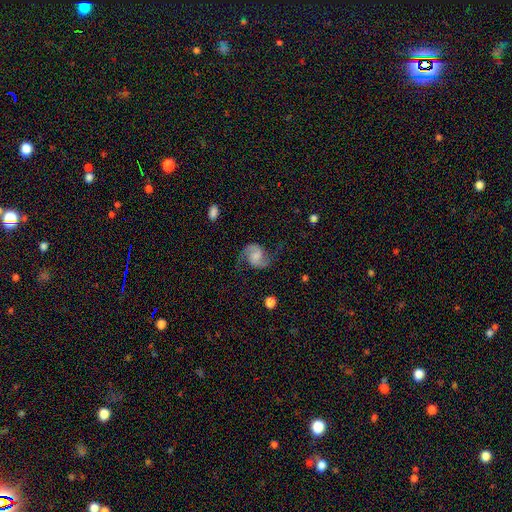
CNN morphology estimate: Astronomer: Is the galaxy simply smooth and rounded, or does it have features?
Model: featured or disk — 86%.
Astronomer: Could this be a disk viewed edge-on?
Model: no — 98%.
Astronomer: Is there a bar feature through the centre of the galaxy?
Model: no — 47% (runner-up: weak, 42%).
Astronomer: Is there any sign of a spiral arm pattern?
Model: yes — 98%.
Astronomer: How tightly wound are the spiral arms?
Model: medium — 50% (runner-up: loose, 38%).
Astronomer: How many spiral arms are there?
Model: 2 — 94%.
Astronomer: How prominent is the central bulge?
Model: none — 39% (runner-up: moderate, 25%).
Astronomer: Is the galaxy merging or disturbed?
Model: none — 76%.